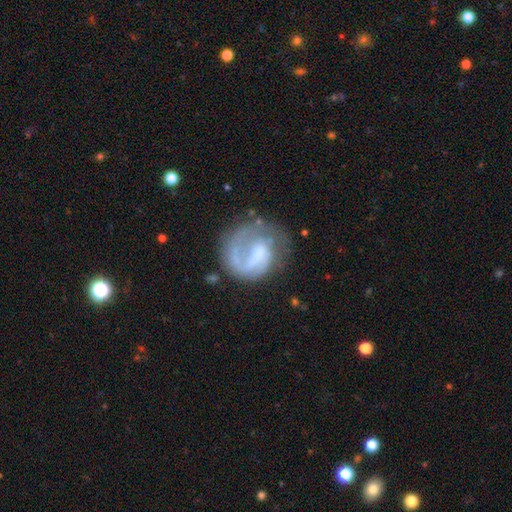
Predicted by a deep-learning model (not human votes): featured or disk 72%, smooth 21%, star or artifact 7%. Down the decision tree: edge-on disk — no (98%); bar — weak (45%); spiral arms — yes (83%); spiral arm count — 1 (74%); spiral winding — medium (35%, tied with tight); bulge size — none (41%); merging — none (52%).